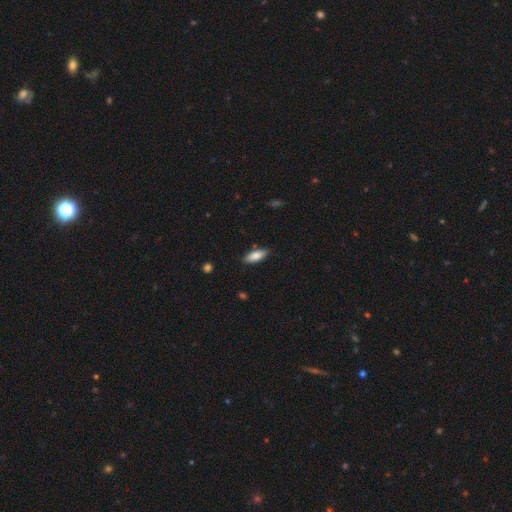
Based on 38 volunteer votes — smooth 82%, featured or disk 11%, star or artifact 8%. Down the decision tree: how rounded — in between (90%); merging — none (94%).